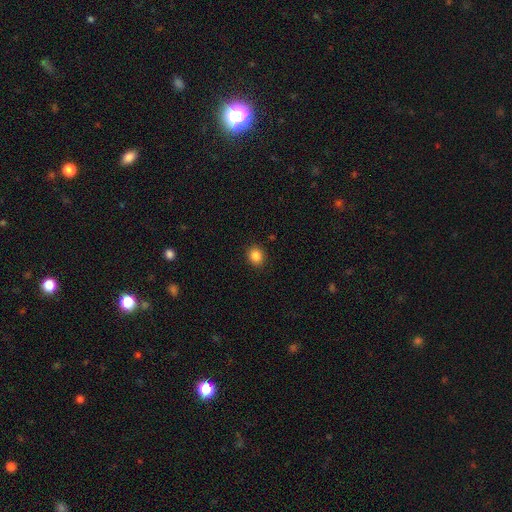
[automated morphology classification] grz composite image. It shows a smooth galaxy with no disk features (86%) that is round (76%). Merging: none (91%).